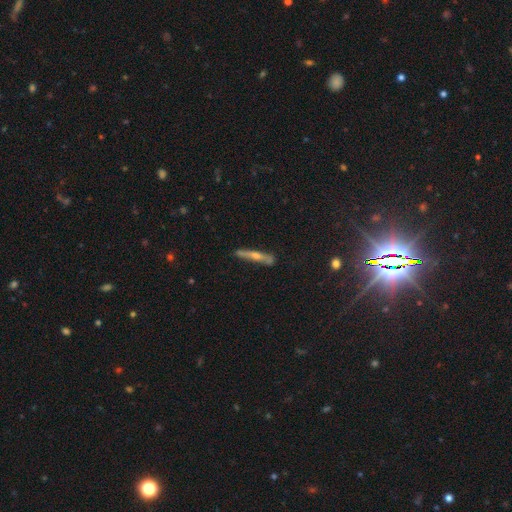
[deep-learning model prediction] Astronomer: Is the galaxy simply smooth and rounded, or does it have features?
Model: featured or disk — 58% (runner-up: smooth, 36%).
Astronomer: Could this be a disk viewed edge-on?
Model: yes — 94%.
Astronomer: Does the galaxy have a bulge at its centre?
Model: rounded — 84%.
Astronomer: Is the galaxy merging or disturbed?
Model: none — 80%.